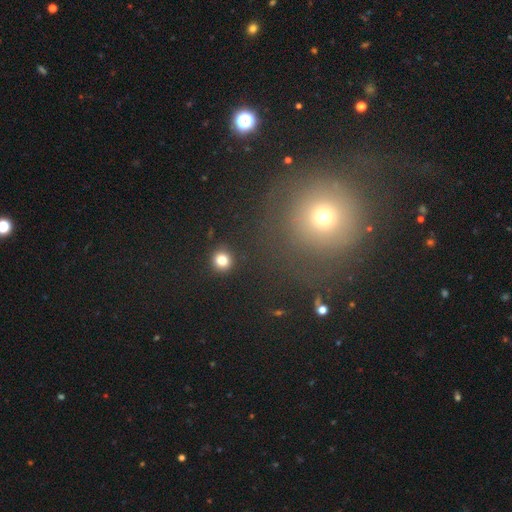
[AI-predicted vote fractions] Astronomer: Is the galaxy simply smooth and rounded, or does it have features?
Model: smooth — 53% (runner-up: star or artifact, 34%).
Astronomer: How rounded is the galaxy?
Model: round — 93%.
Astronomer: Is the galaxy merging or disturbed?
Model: none — 81%.